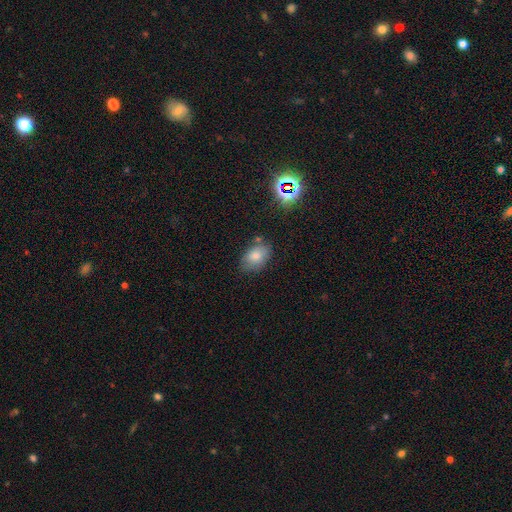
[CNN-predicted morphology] smooth 78%, star or artifact 11%, featured or disk 11%. Down the decision tree: how rounded — in between (84%); merging — none (72%).